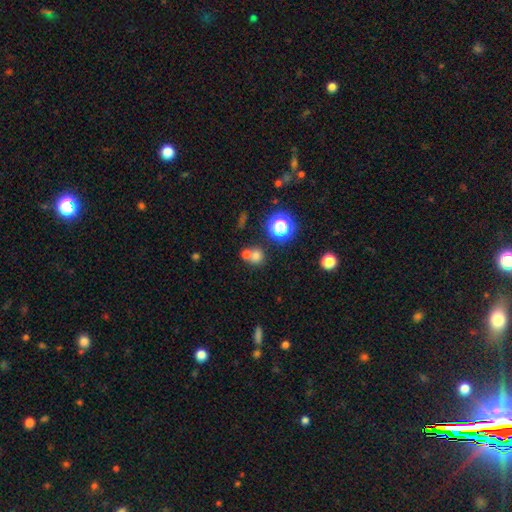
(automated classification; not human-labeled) Q: Smooth or featured?
A: smooth (70%); runner-up: star or artifact (19%)
Q: How rounded?
A: round (82%); runner-up: in between (17%)
Q: Merging?
A: none (48%); runner-up: merger (42%)